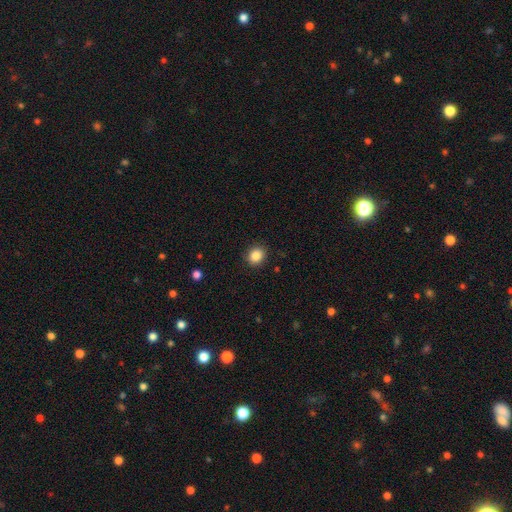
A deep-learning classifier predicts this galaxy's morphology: A smooth galaxy with no disk features (86%) that is round (72%).

Vote fractions:
- Smooth or featured? smooth: 86% / star or artifact: 10% / featured or disk: 4%
- How rounded? round: 72% / in between: 27% / cigar-shaped: 1%
- Merging? none: 89% / minor disturbance: 8% / major disturbance: 2% / merger: 1%